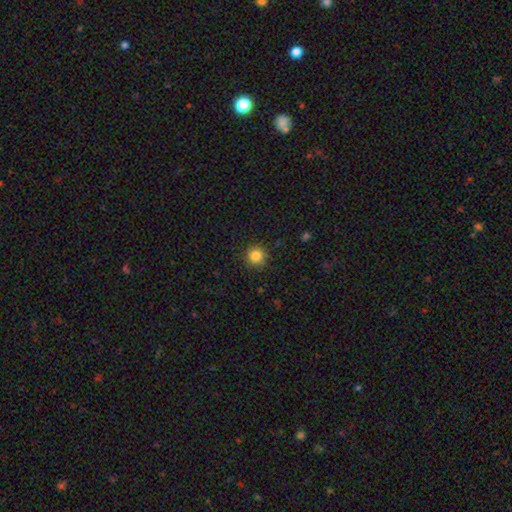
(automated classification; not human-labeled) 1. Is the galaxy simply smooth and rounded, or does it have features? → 84% smooth, 11% star or artifact, 5% featured or disk.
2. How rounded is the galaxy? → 94% round, 5% in between, 1% cigar-shaped.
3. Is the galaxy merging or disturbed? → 89% none, 7% minor disturbance, 2% major disturbance, 1% merger.